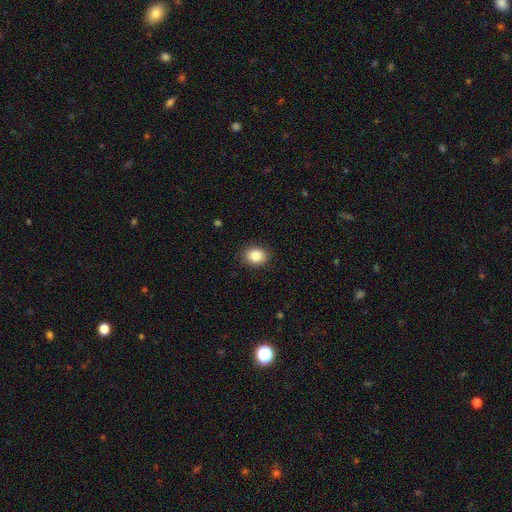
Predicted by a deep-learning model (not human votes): Smooth or featured? Predicted: smooth (p=0.85). How rounded? Predicted: round (p=0.53). Merging? Predicted: none (p=0.89).